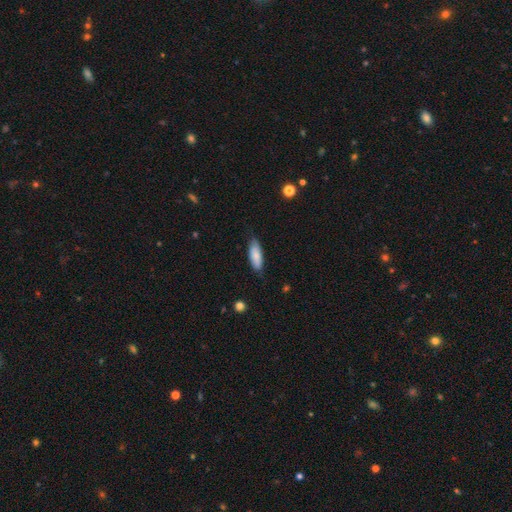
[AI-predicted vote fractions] The model was most divided on "how rounded": in between: 67%, cigar-shaped: 31%, round: 2%. More confident: smooth or featured — smooth (82%); merging — none (77%).